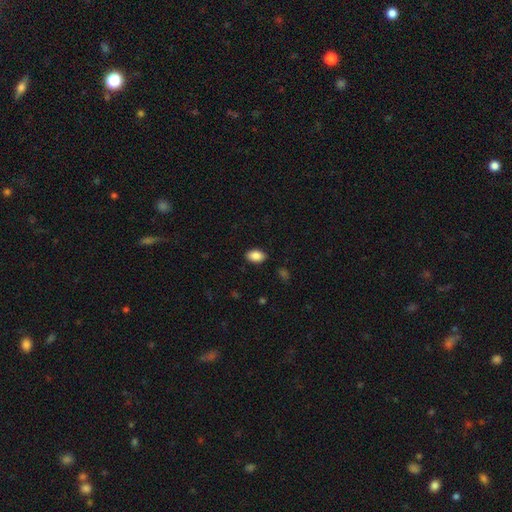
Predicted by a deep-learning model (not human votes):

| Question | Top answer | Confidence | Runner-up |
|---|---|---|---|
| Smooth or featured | smooth | 87% | star or artifact (8%) |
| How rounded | in between | 91% | round (8%) |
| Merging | none | 88% | minor disturbance (9%) |